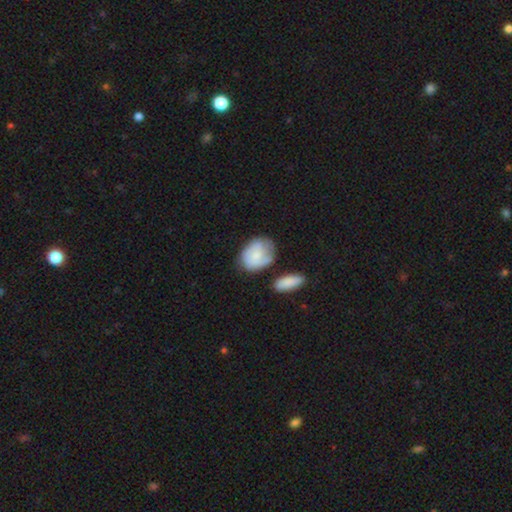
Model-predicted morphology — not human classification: Smooth or featured: smooth — 54% (featured or disk — 40%)
How rounded: in between — 64% (round — 35%)
Merging: none — 54% (minor disturbance — 27%)